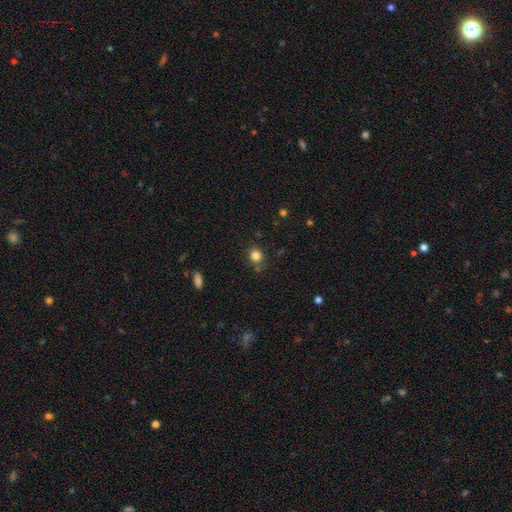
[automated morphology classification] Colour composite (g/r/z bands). It shows a smooth galaxy with no disk features (82%) that is round (81%). Merging: none (81%).